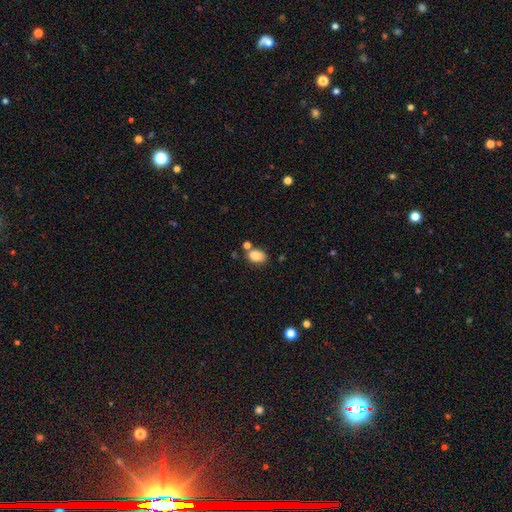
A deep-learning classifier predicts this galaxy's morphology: Smooth or featured? Predicted: smooth (p=0.84). How rounded? Predicted: in between (p=0.81). Merging? Predicted: none (p=0.65).